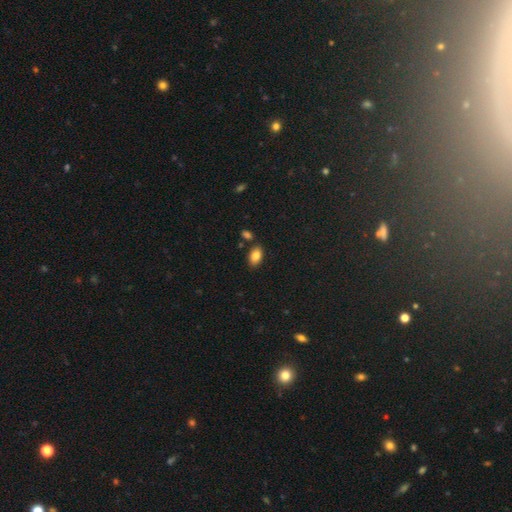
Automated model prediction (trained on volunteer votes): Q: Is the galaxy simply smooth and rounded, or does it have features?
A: smooth — 86%.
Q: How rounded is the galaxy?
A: in between — 91%.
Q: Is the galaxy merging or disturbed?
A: none — 79%.